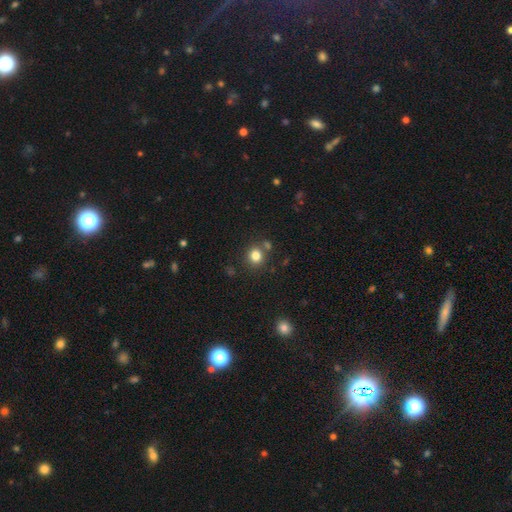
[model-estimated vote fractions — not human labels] A smooth galaxy with no disk features (82%) that is round (81%).

Vote fractions:
- Smooth or featured? smooth: 82% / star or artifact: 12% / featured or disk: 6%
- How rounded? round: 81% / in between: 18% / cigar-shaped: 1%
- Merging? none: 77% / merger: 11% / minor disturbance: 9% / major disturbance: 3%